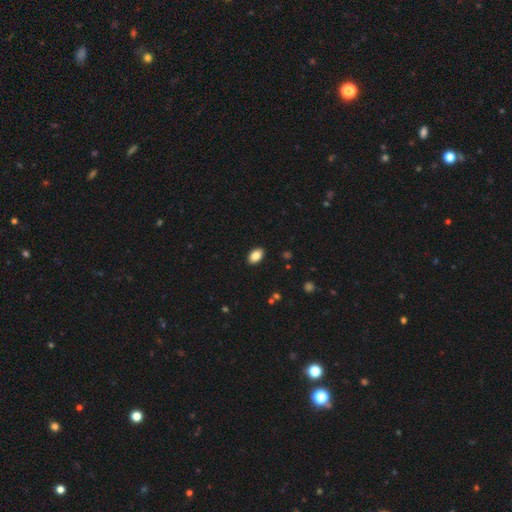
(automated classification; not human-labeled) Overall: smooth (86%). How rounded: in between (91%). Merging: none (89%).